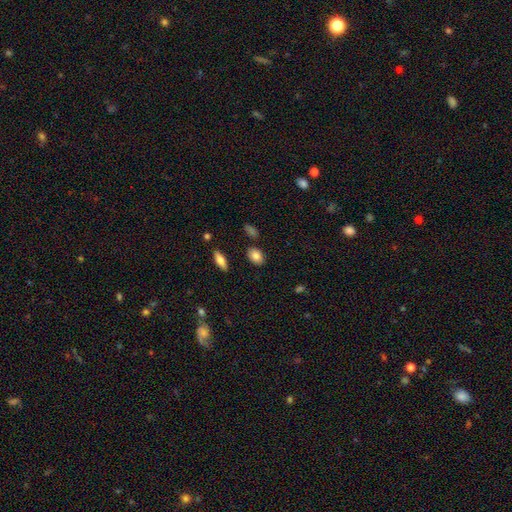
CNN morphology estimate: Smooth or featured: smooth — 84% (featured or disk — 8%)
How rounded: in between — 79% (round — 19%)
Merging: none — 84% (minor disturbance — 10%)